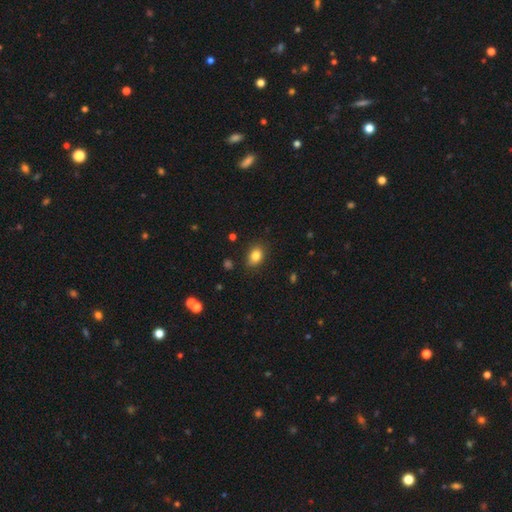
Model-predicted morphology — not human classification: This is clearly a smooth galaxy (83%). How rounded: likely in between (74%). Merging: clearly none (82%).